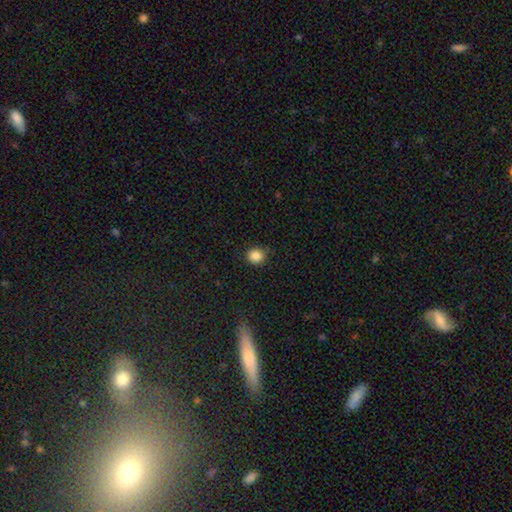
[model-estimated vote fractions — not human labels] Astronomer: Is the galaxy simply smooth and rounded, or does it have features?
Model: smooth — 86%.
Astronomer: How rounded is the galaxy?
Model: round — 84%.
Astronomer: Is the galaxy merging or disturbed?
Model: none — 87%.